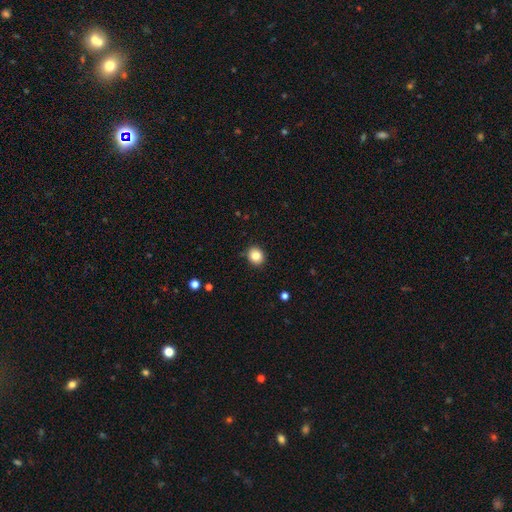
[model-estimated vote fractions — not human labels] Smooth or featured?
  - smooth: 83% *
  - star or artifact: 10%
  - featured or disk: 7%
How rounded?
  - round: 77% *
  - in between: 22%
  - cigar-shaped: 1%
Merging?
  - none: 88% *
  - minor disturbance: 9%
  - major disturbance: 2%
  - merger: 1%